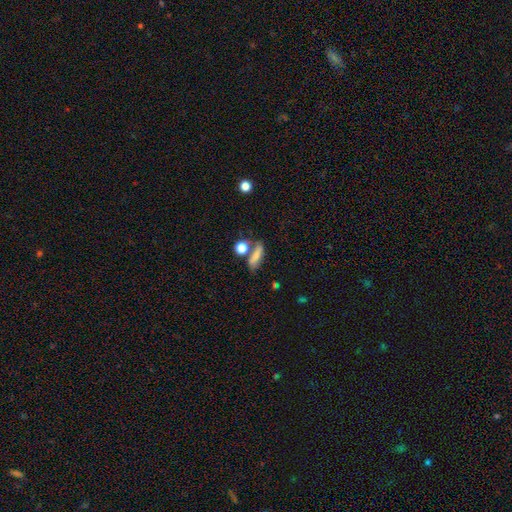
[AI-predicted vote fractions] smooth_or_featured: smooth (p=0.74) [alt: featured or disk p=0.15]
how_rounded: in between (p=0.48) [alt: cigar-shaped p=0.37]
merging: none (p=0.51) [alt: merger p=0.24]